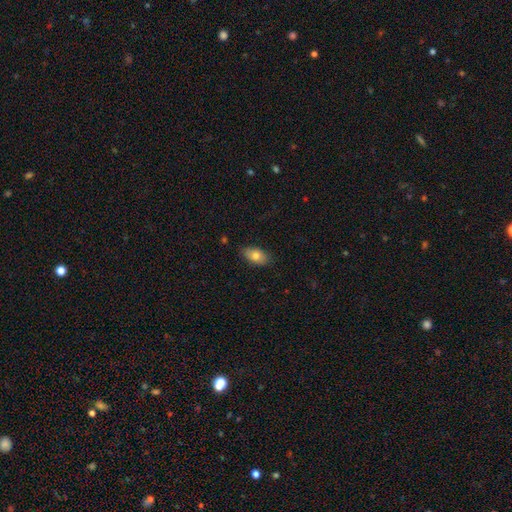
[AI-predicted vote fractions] smooth-or-featured: smooth: 78% | featured or disk: 14% | star or artifact: 7%
  how-rounded: in between: 92% | round: 5% | cigar-shaped: 3%
  merging: none: 83% | minor disturbance: 14% | major disturbance: 2% | merger: 1%